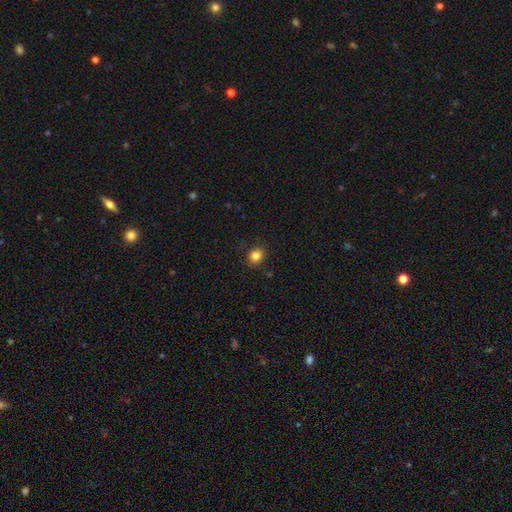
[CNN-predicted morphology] This is clearly a smooth galaxy (84%). How rounded: likely round (79%). Merging: clearly none (88%).